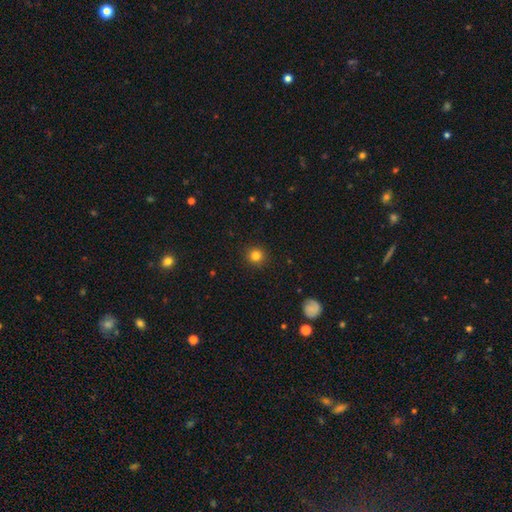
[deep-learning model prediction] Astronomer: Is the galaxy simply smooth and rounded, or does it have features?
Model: smooth — 81%.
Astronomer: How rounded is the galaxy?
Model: round — 94%.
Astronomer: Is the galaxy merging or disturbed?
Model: none — 92%.